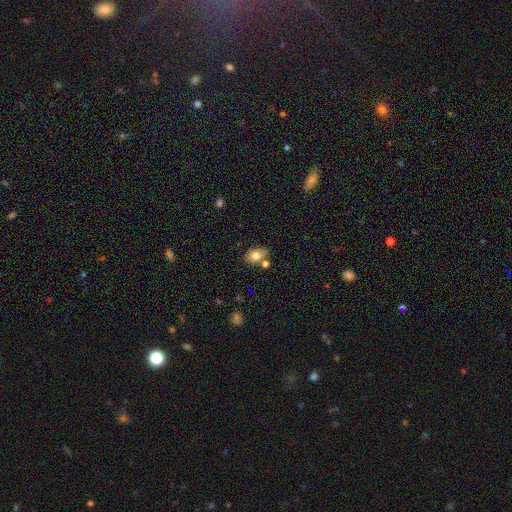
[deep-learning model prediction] Smooth or featured?
  - smooth: 77% *
  - featured or disk: 14%
  - star or artifact: 9%
How rounded?
  - in between: 76% *
  - round: 22%
  - cigar-shaped: 1%
Merging?
  - none: 66% *
  - merger: 16%
  - minor disturbance: 15%
  - major disturbance: 4%